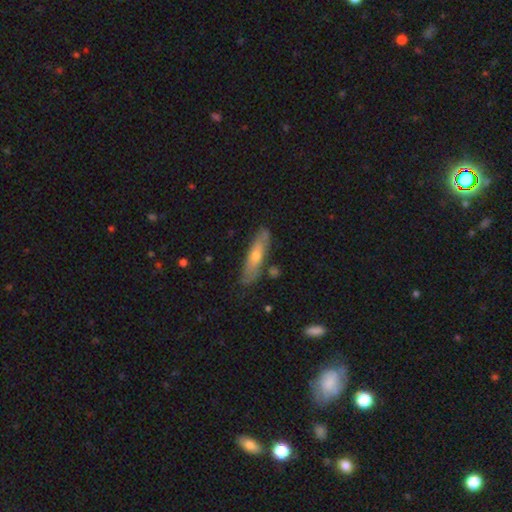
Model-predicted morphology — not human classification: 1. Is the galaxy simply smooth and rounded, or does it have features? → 48% smooth, 46% featured or disk, 6% star or artifact.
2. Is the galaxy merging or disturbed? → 79% none, 15% minor disturbance, 3% merger, 3% major disturbance.